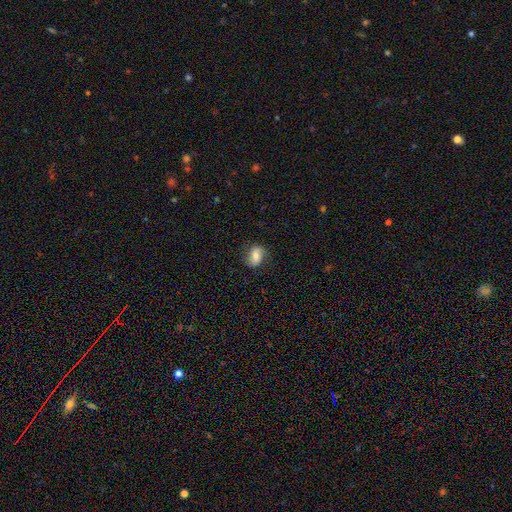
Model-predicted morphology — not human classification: Smooth or featured? Predicted: smooth (p=0.62). How rounded? Predicted: in between (p=0.76). Merging? Predicted: none (p=0.76).